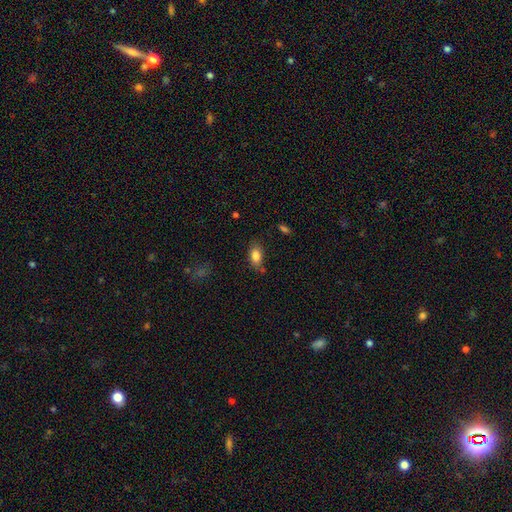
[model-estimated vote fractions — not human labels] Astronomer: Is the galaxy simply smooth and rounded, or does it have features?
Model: smooth — 84%.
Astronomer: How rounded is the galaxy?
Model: in between — 88%.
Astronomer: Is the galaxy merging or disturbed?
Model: none — 68%.